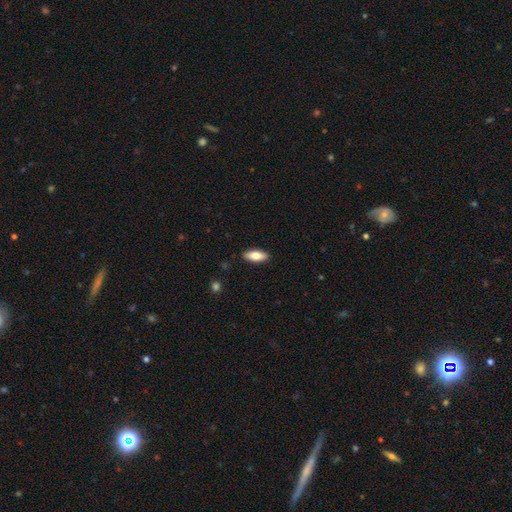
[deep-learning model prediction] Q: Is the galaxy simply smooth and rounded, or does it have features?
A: smooth — 78%.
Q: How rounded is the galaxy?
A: in between — 77%.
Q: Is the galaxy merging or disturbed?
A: none — 89%.